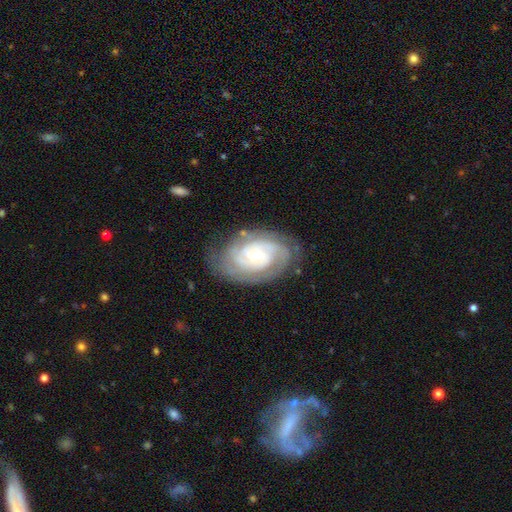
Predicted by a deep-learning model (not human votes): Q: Smooth or featured?
A: featured or disk (88%); runner-up: smooth (8%)
Q: Edge-on disk?
A: no (96%); runner-up: yes (4%)
Q: Bar?
A: weak (44%); runner-up: no (42%)
Q: Spiral arms?
A: yes (97%); runner-up: no (3%)
Q: Spiral winding?
A: tight (71%); runner-up: medium (25%)
Q: Spiral arm count?
A: 2 (38%); runner-up: 3 (26%)
Q: Bulge size?
A: moderate (49%); runner-up: small (47%)
Q: Merging?
A: none (77%); runner-up: minor disturbance (16%)